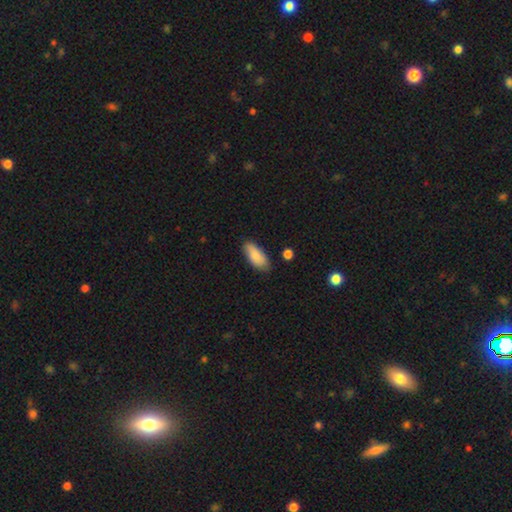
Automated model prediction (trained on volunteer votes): This is clearly a smooth galaxy (87%). How rounded: clearly in between (83%). Merging: likely none (78%).